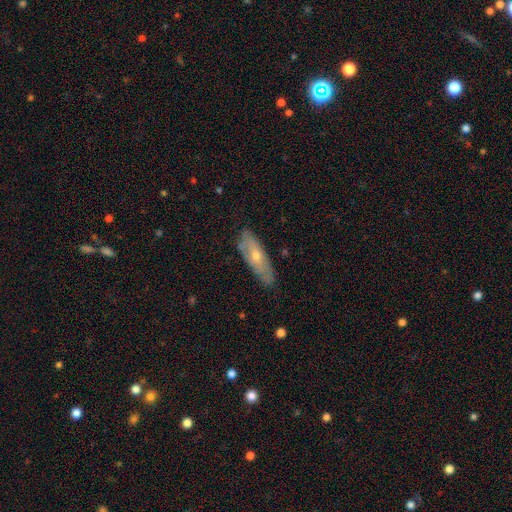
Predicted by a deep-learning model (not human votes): Smooth or featured?
  - featured or disk: 54% *
  - smooth: 39%
  - star or artifact: 7%
Edge-on disk?
  - no: 63% *
  - yes: 37%
Merging?
  - none: 77% *
  - minor disturbance: 18%
  - major disturbance: 3%
  - merger: 1%